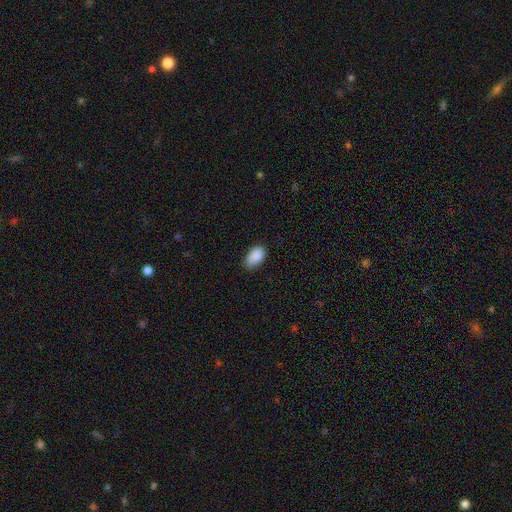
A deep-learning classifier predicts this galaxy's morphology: type=smooth (88%); roundness=in between (92%); merging=none (68%).